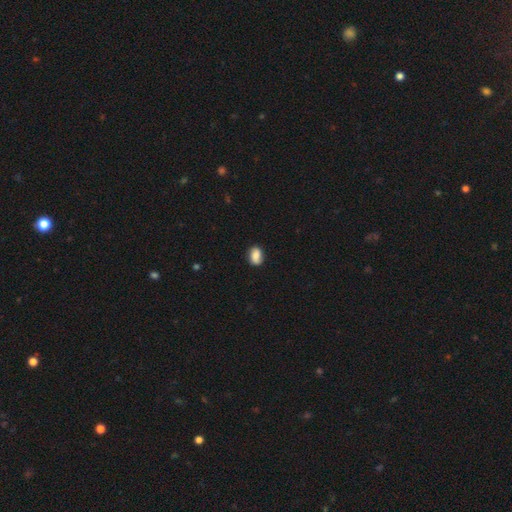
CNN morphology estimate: Smooth or featured?
  - smooth: 79% *
  - featured or disk: 12%
  - star or artifact: 8%
How rounded?
  - in between: 79% *
  - round: 20%
  - cigar-shaped: 2%
Merging?
  - none: 78% *
  - minor disturbance: 16%
  - major disturbance: 3%
  - merger: 2%